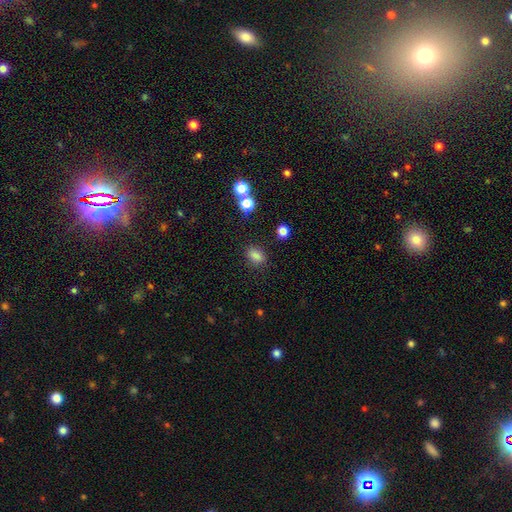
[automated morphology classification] smooth-or-featured: smooth: 81% | star or artifact: 14% | featured or disk: 5%
  how-rounded: in between: 74% | round: 23% | cigar-shaped: 3%
  merging: none: 81% | minor disturbance: 12% | major disturbance: 4% | merger: 3%